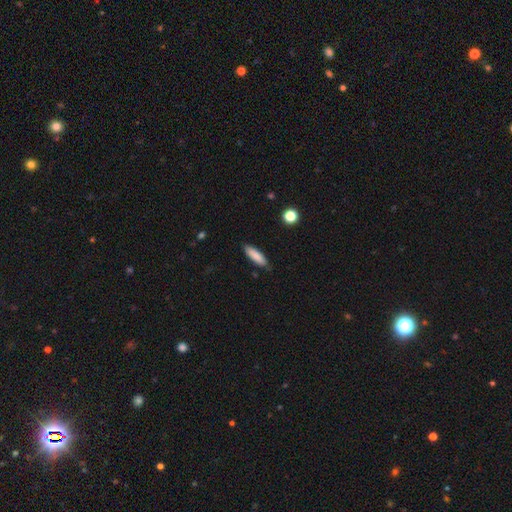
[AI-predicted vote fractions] A smooth galaxy with no disk features (85%) that is cigar-shaped (62%). Merging: none (85%).